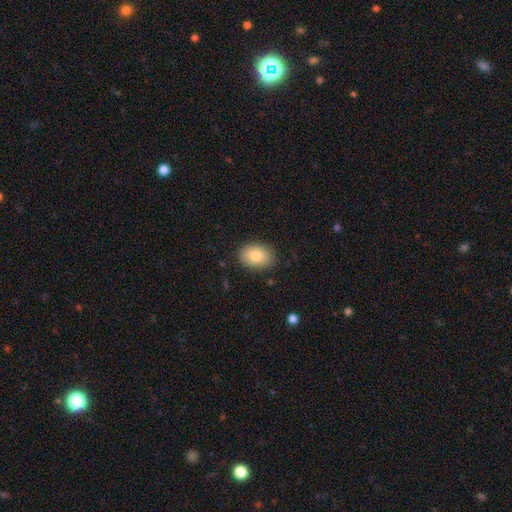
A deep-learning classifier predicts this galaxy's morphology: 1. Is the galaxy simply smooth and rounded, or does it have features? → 82% smooth, 10% featured or disk, 8% star or artifact.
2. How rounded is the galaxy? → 73% in between, 26% round, 1% cigar-shaped.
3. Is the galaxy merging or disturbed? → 85% none, 11% minor disturbance, 3% major disturbance, 1% merger.